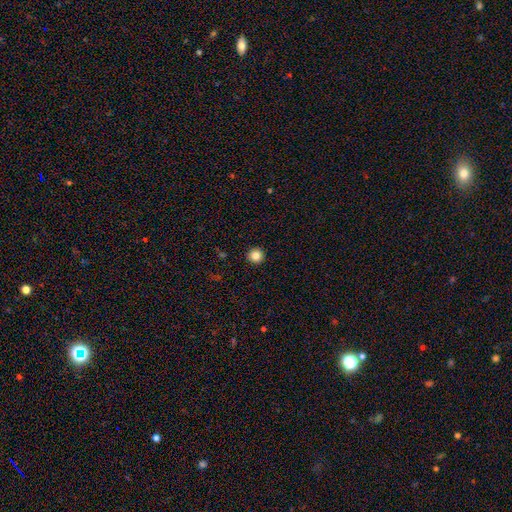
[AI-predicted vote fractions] A smooth galaxy with no disk features (84%) that is round (96%). Merging: none (94%).